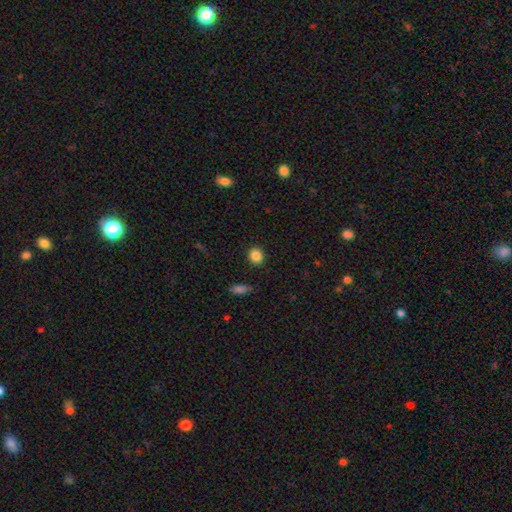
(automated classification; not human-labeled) smooth_or_featured: smooth (p=0.86) [alt: star or artifact p=0.10]
how_rounded: round (p=0.64) [alt: in between p=0.35]
merging: none (p=0.89) [alt: minor disturbance p=0.07]